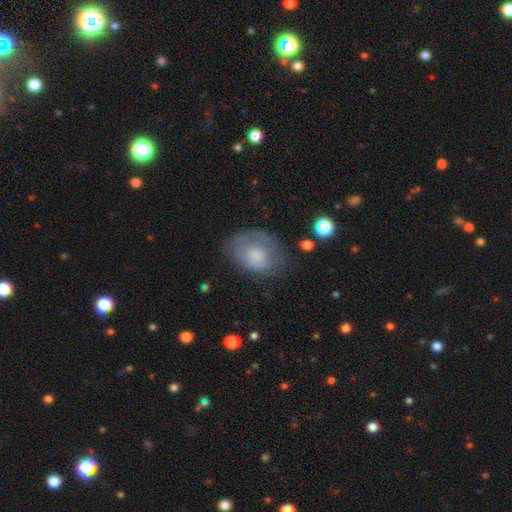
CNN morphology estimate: Smooth or featured?
  - smooth: 60% *
  - featured or disk: 32%
  - star or artifact: 9%
How rounded?
  - in between: 71% *
  - round: 28%
  - cigar-shaped: 1%
Merging?
  - none: 54% *
  - minor disturbance: 27%
  - major disturbance: 16%
  - merger: 2%